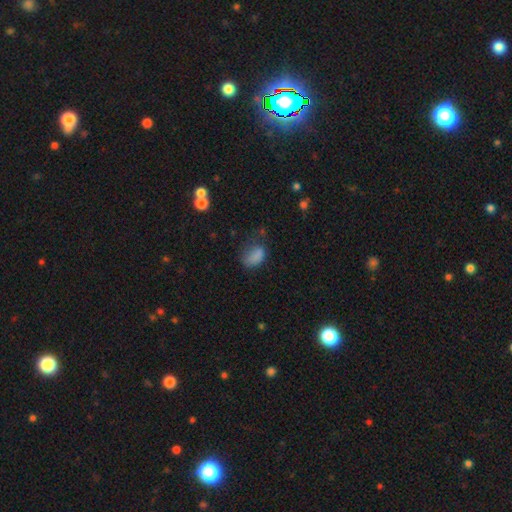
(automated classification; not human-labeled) Smooth or featured? Predicted: smooth (p=0.80). How rounded? Predicted: in between (p=0.85). Merging? Predicted: none (p=0.43).